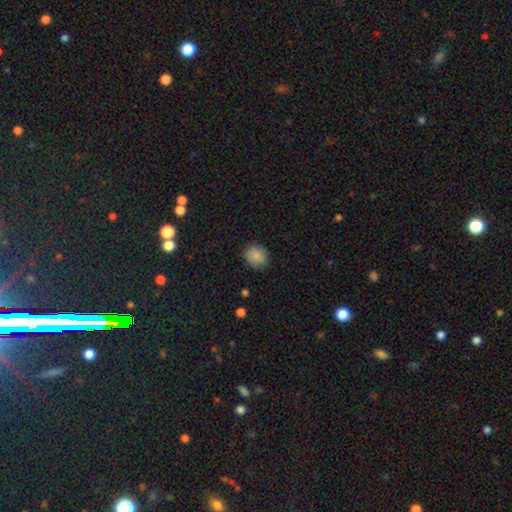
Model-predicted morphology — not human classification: A smooth galaxy with no disk features (87%) that is round (71%).

Vote fractions:
- Smooth or featured? smooth: 87% / star or artifact: 9% / featured or disk: 5%
- How rounded? round: 71% / in between: 28% / cigar-shaped: 1%
- Merging? none: 86% / minor disturbance: 10% / major disturbance: 3% / merger: 1%